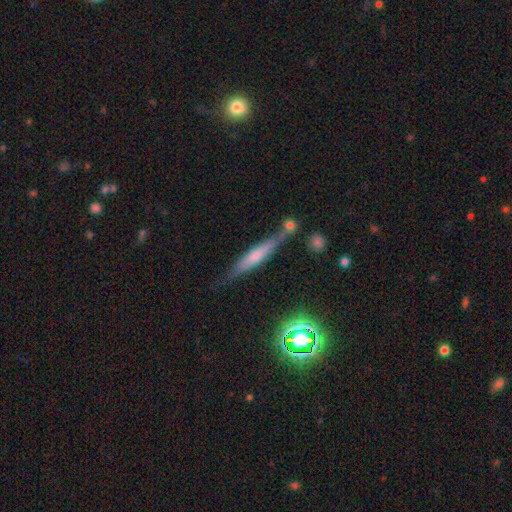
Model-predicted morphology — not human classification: smooth_or_featured: featured or disk (p=0.46) [alt: smooth p=0.44]
merging: none (p=0.66) [alt: minor disturbance p=0.18]